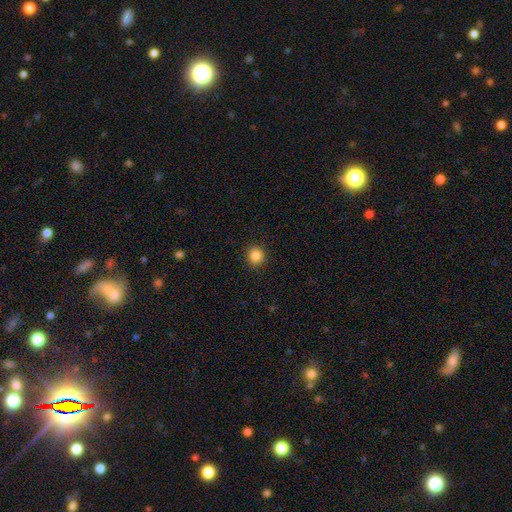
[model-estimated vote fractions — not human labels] Q: Smooth or featured?
A: smooth (85%); runner-up: star or artifact (11%)
Q: How rounded?
A: round (90%); runner-up: in between (9%)
Q: Merging?
A: none (92%); runner-up: minor disturbance (5%)